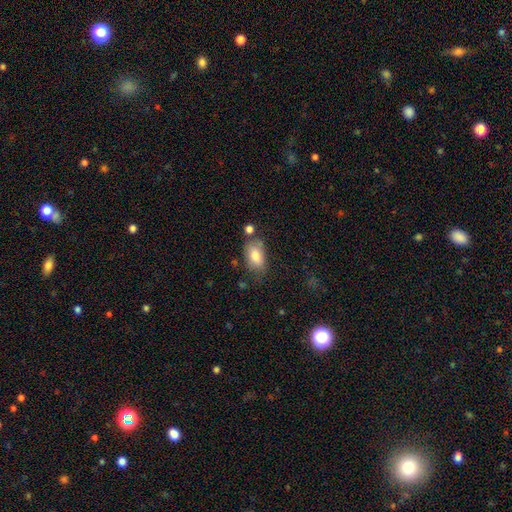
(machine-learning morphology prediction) This is likely a smooth galaxy (80%). How rounded: clearly in between (90%). Merging: likely none (61%).